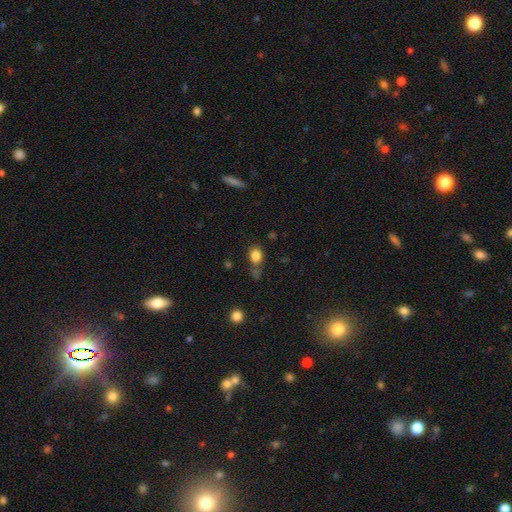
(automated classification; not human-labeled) Smooth or featured?
  - smooth: 83% *
  - star or artifact: 11%
  - featured or disk: 6%
How rounded?
  - in between: 52% *
  - round: 46%
  - cigar-shaped: 2%
Merging?
  - none: 61% *
  - minor disturbance: 18%
  - merger: 14%
  - major disturbance: 7%